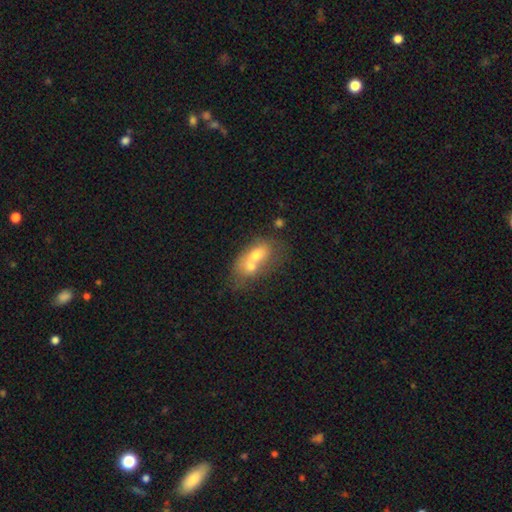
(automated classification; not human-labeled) Overall: smooth (61%; featured or disk 30%). How rounded: in between (74%). Merging: merger (69%).